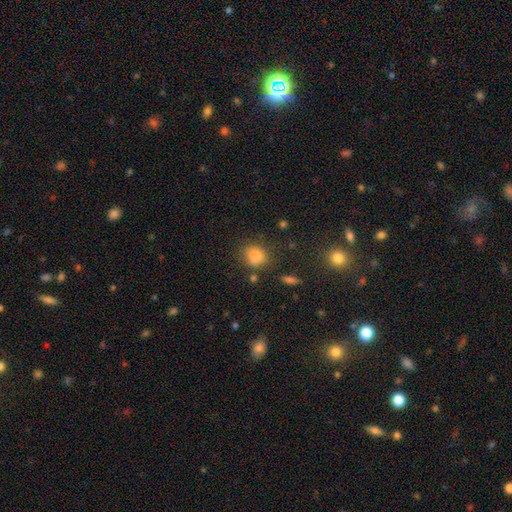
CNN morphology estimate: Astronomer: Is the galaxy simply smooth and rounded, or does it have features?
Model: smooth — 80%.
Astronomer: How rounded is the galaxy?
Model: round — 52% (runner-up: in between, 46%).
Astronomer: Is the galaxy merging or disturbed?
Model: none — 64%.